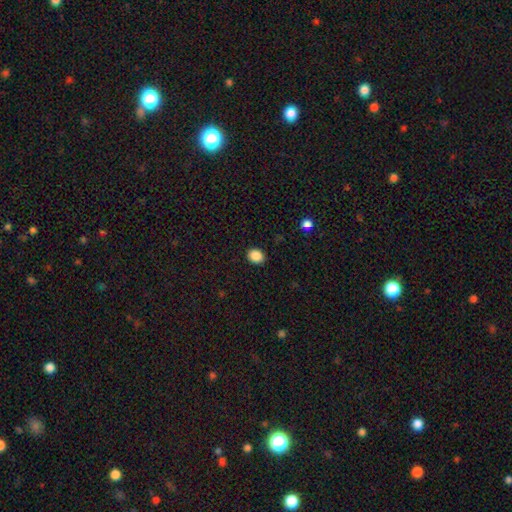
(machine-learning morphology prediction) A smooth galaxy with no disk features (87%) that is round (54%). Merging: none (90%).